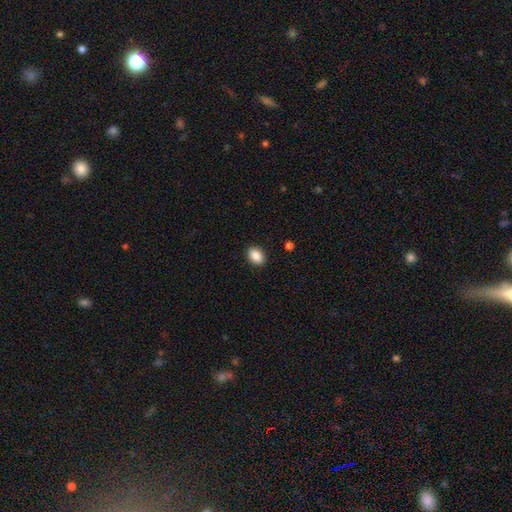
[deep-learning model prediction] The model was most divided on "how rounded": in between: 81%, round: 18%, cigar-shaped: 1%. More confident: merging — none (90%); smooth or featured — smooth (88%).